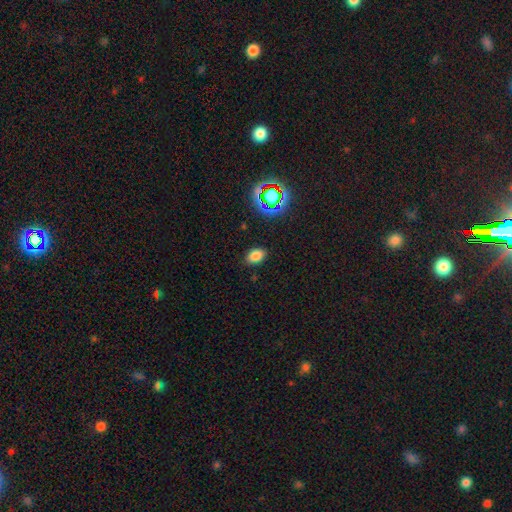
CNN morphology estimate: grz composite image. It shows a smooth galaxy with no disk features (79%) that is in between round and cigar-shaped (85%). Merging: none (86%).